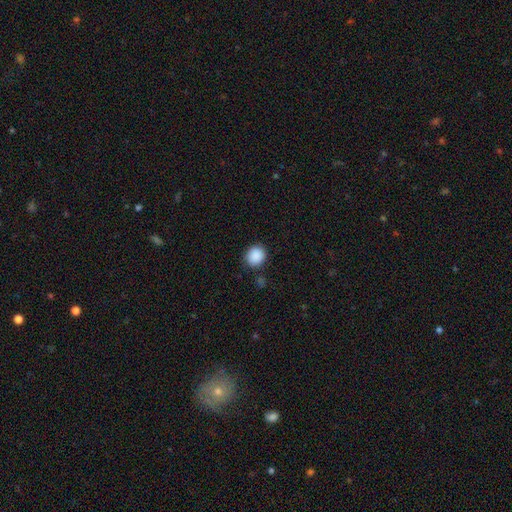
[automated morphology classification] Smooth or featured? smooth (89%)
How rounded? round (80%)
Merging? none (84%)